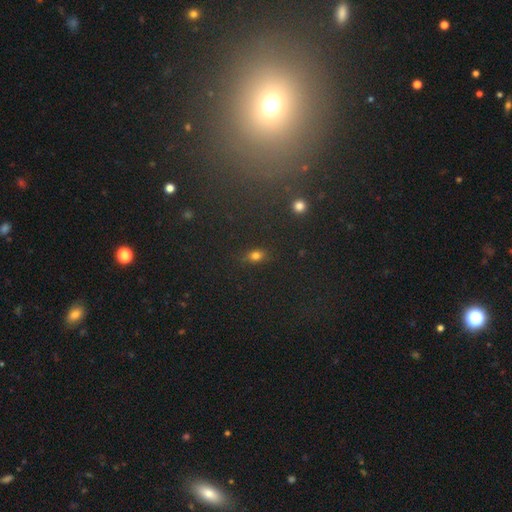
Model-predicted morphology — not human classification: smooth 75%, star or artifact 17%, featured or disk 8%. Down the decision tree: how rounded — in between (68%); merging — none (82%).